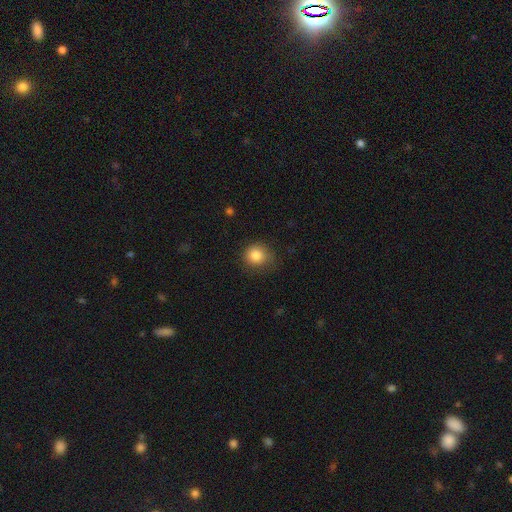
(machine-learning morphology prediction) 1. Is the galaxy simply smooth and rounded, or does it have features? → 84% smooth, 10% star or artifact, 6% featured or disk.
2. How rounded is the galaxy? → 85% round, 14% in between, 1% cigar-shaped.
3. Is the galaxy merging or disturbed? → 79% none, 16% minor disturbance, 4% major disturbance, 1% merger.